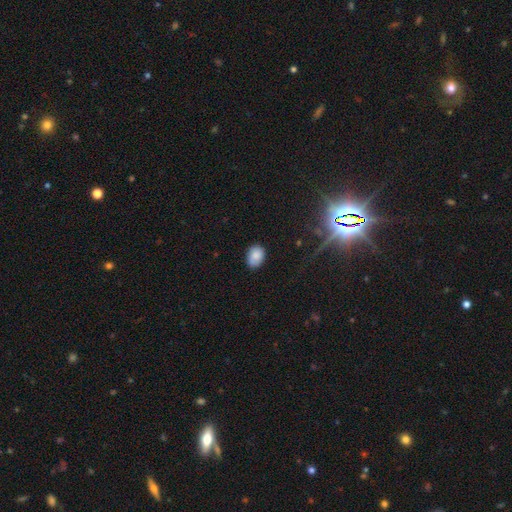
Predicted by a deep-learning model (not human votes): Smooth or featured? smooth (84%)
How rounded? in between (71%)
Merging? none (74%)